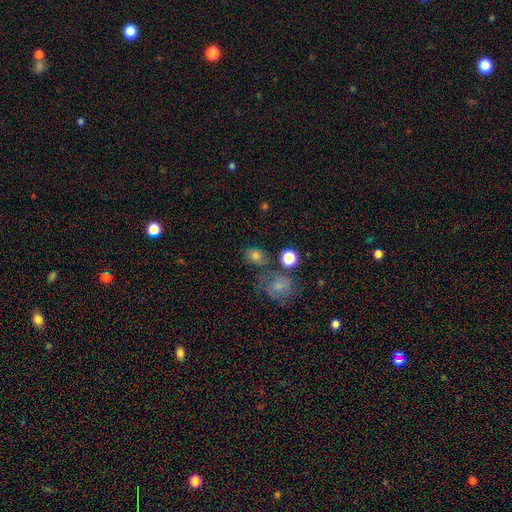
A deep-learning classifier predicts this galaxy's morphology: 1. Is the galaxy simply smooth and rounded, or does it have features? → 64% smooth, 20% star or artifact, 16% featured or disk.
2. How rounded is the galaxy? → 62% round, 37% in between, 1% cigar-shaped.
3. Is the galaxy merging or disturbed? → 60% none, 18% minor disturbance, 14% merger, 9% major disturbance.